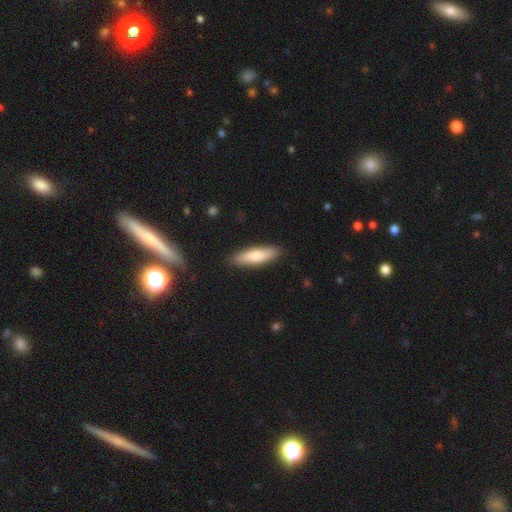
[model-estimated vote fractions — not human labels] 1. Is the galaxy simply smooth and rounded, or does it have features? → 76% smooth, 18% featured or disk, 5% star or artifact.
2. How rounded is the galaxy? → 60% cigar-shaped, 38% in between, 2% round.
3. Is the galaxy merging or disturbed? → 88% none, 9% minor disturbance, 2% major disturbance, 1% merger.